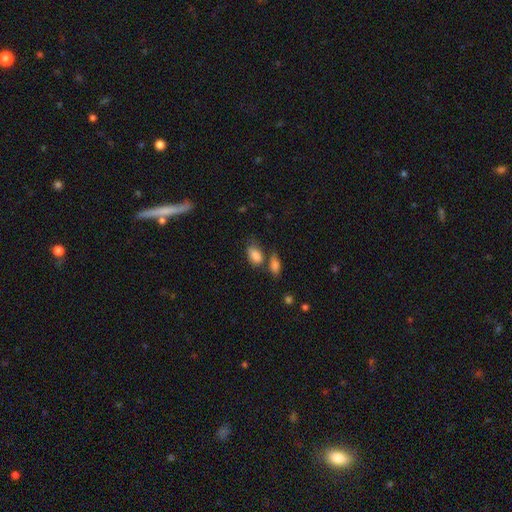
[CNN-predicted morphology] A smooth galaxy with no disk features (84%) that is in between round and cigar-shaped (89%). Merging: none (45%).